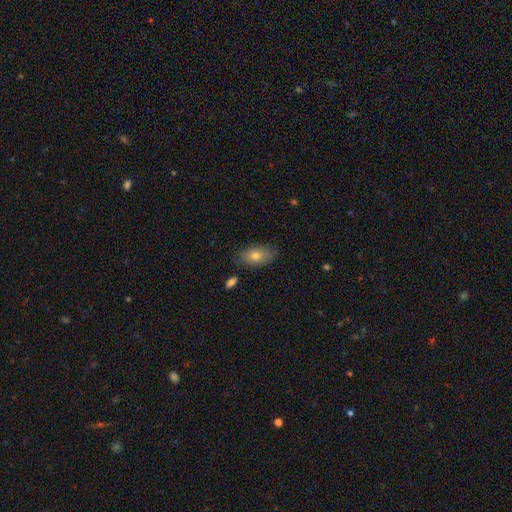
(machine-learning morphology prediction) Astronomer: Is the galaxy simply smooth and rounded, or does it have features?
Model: smooth — 74%.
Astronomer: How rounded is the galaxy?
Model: in between — 90%.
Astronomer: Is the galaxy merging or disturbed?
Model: none — 84%.